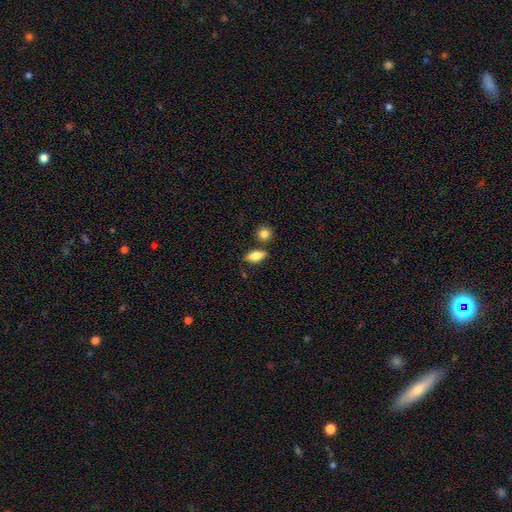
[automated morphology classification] A smooth galaxy with no disk features (80%) that is in between round and cigar-shaped (80%).

Vote fractions:
- Smooth or featured? smooth: 80% / featured or disk: 13% / star or artifact: 7%
- How rounded? in between: 80% / cigar-shaped: 14% / round: 6%
- Merging? none: 74% / minor disturbance: 14% / merger: 9% / major disturbance: 3%